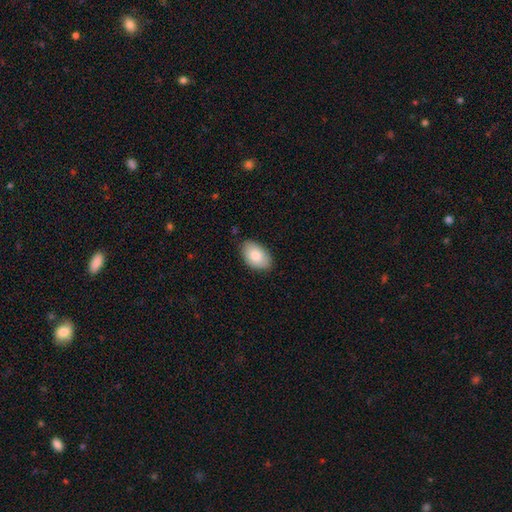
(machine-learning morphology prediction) smooth_or_featured: smooth (p=0.84) [alt: featured or disk p=0.10]
how_rounded: in between (p=0.93) [alt: round p=0.06]
merging: none (p=0.82) [alt: minor disturbance p=0.14]